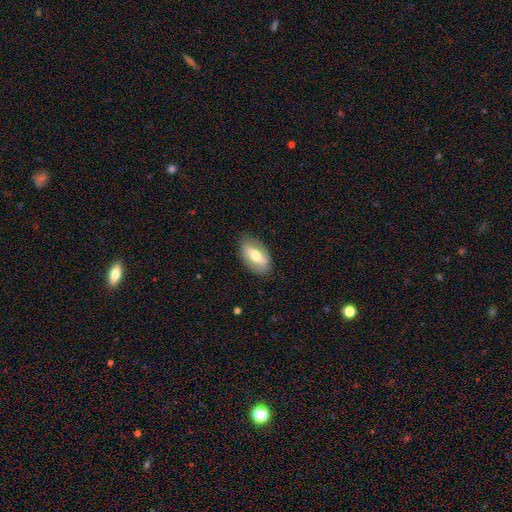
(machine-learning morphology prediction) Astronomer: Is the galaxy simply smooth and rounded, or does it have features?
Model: smooth — 48% (runner-up: featured or disk, 46%).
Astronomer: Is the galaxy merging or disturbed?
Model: none — 82%.